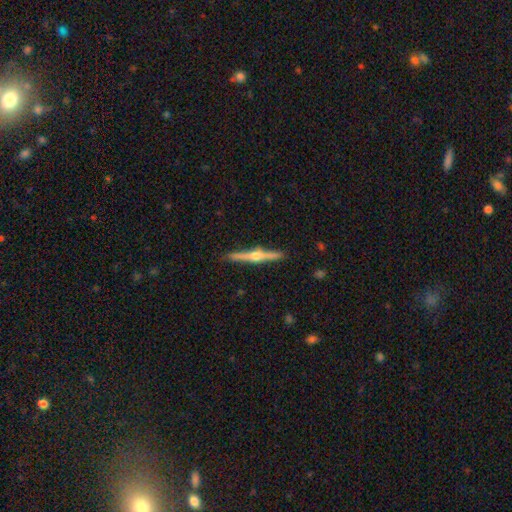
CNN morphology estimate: This appears to be a featured or disk galaxy (80%) viewed edge-on (98%) with a rounded central bulge (95%). Merging: none (91%).